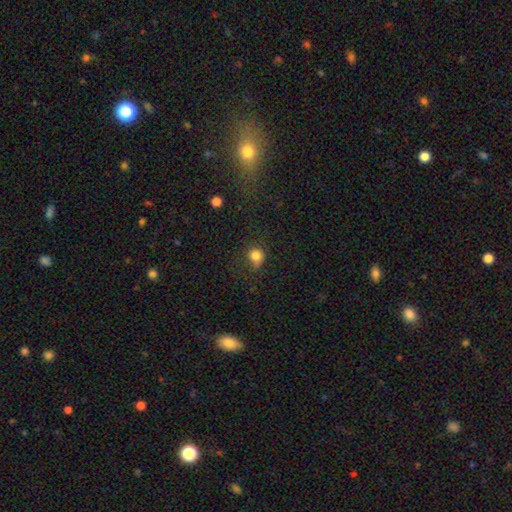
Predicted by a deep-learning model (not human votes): Smooth or featured? Predicted: smooth (p=0.82). How rounded? Predicted: round (p=0.80). Merging? Predicted: none (p=0.60).